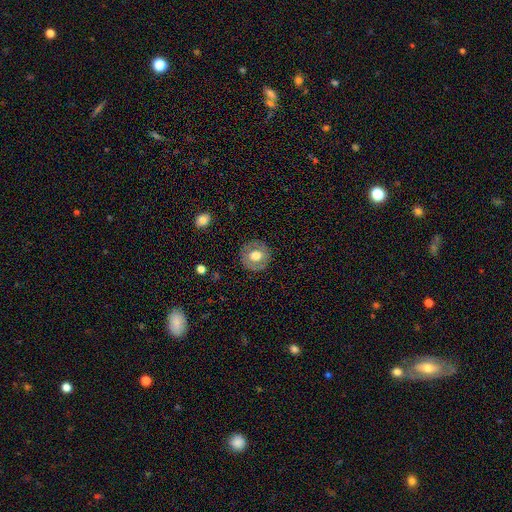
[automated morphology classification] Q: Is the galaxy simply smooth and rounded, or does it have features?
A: smooth — 62%.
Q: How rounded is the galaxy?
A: round — 89%.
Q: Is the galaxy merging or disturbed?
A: none — 85%.